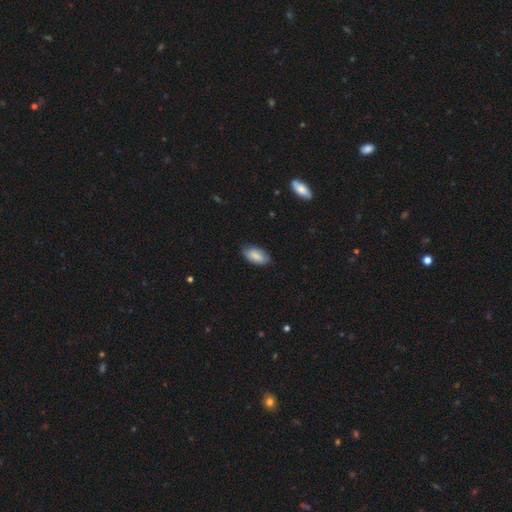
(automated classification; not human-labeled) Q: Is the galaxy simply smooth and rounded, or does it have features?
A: smooth — 78%.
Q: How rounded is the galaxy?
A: in between — 93%.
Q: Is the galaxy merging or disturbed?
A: none — 70%.